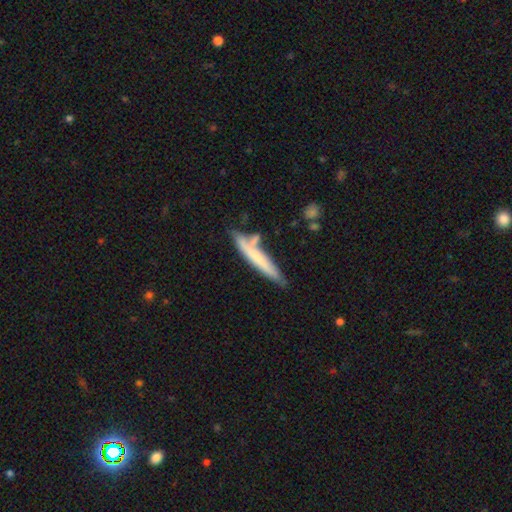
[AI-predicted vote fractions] Overall: smooth (59%; featured or disk 35%). How rounded: cigar-shaped (92%). Merging: none (64%).